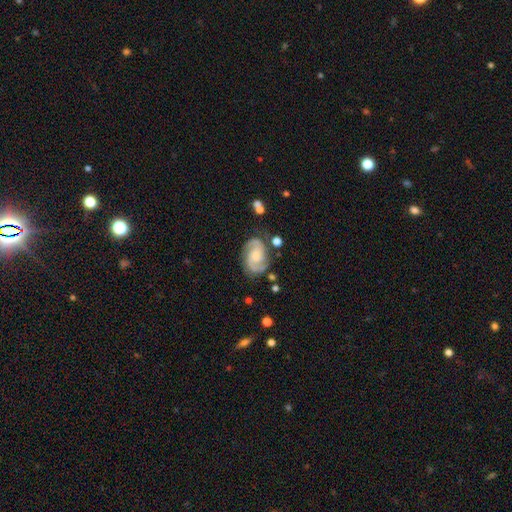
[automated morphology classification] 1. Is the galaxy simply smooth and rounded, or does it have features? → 86% featured or disk, 9% smooth, 5% star or artifact.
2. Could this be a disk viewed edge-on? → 98% no, 2% yes.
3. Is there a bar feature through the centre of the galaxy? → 57% no, 34% weak, 9% strong.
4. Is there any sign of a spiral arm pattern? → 97% yes, 3% no.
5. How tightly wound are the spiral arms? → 51% medium, 35% tight, 13% loose.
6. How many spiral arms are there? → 91% 2, 3% can't tell, 2% 3, 1% 1, 1% 4, 1% more than 4.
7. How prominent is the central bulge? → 37% small, 31% moderate, 21% none, 9% large, 2% dominant.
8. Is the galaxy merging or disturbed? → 76% none, 15% minor disturbance, 6% major disturbance, 3% merger.